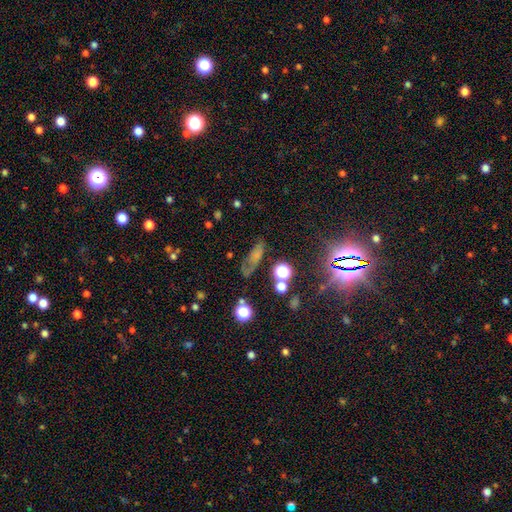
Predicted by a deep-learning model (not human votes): Overall: smooth (43%; star or artifact 30%). Merging: none (58%; minor disturbance 23%).